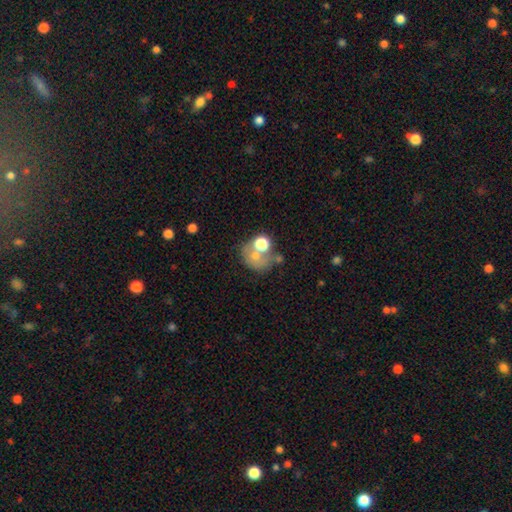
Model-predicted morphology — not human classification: smooth_or_featured: smooth (p=0.56) [alt: featured or disk p=0.25]
how_rounded: round (p=0.66) [alt: in between p=0.33]
merging: none (p=0.37) [alt: merger p=0.33]